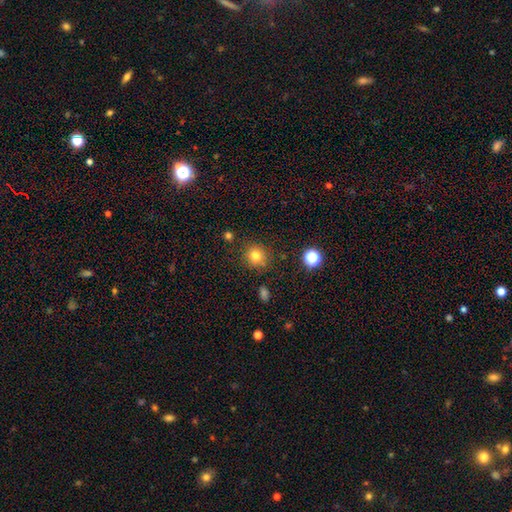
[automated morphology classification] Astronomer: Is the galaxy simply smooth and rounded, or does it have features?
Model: smooth — 79%.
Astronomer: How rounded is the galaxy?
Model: round — 89%.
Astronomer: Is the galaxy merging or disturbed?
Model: none — 84%.